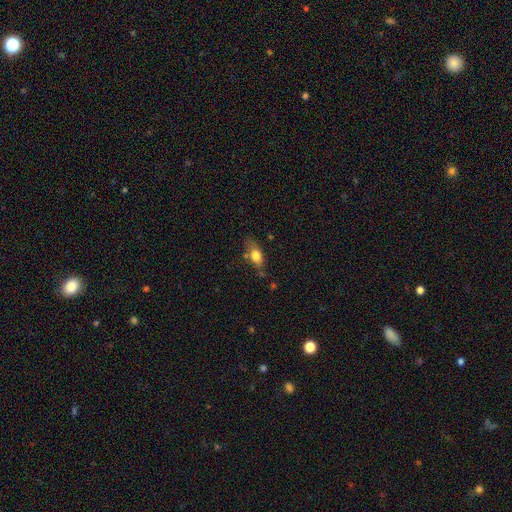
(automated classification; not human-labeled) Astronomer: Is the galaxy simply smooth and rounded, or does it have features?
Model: smooth — 74%.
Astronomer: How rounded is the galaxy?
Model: in between — 76%.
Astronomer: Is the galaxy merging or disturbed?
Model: none — 58%.